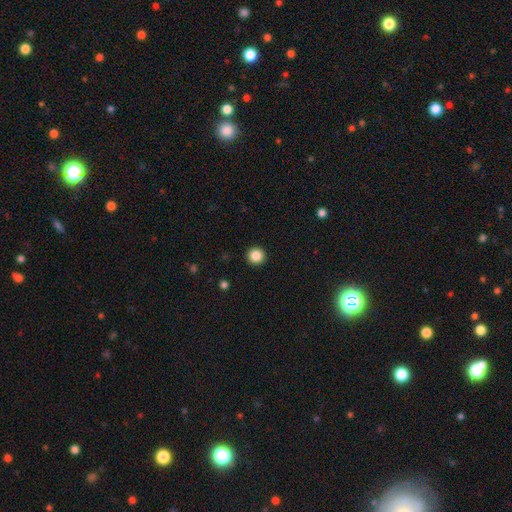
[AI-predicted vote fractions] A smooth galaxy with no disk features (86%) that is round (95%). Merging: none (93%).